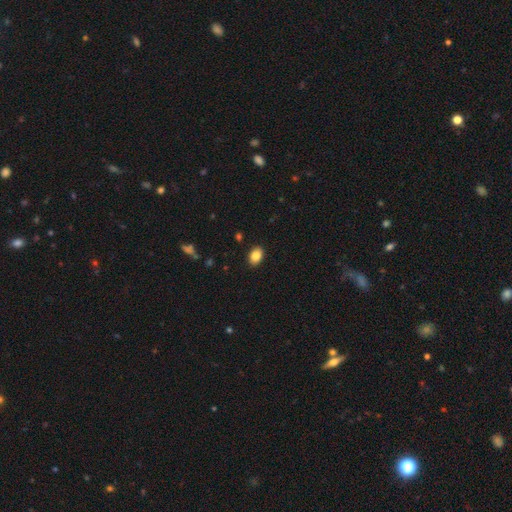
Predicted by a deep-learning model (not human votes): smooth-or-featured: smooth: 86% | star or artifact: 8% | featured or disk: 5%
  how-rounded: in between: 78% | round: 21% | cigar-shaped: 1%
  merging: none: 89% | minor disturbance: 8% | major disturbance: 2% | merger: 1%